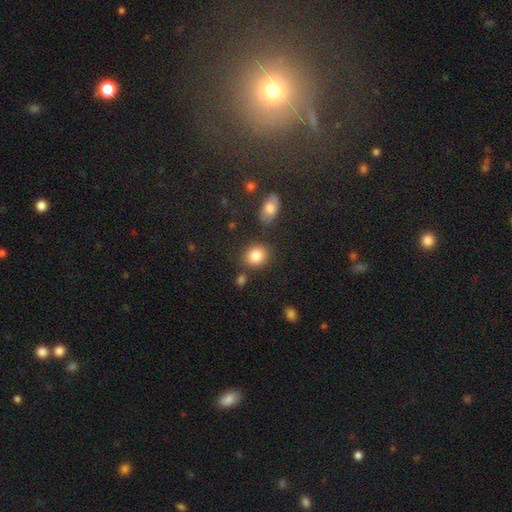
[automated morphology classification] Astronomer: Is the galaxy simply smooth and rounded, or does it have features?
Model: smooth — 85%.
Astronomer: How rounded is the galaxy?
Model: round — 70%.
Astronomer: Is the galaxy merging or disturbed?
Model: none — 79%.